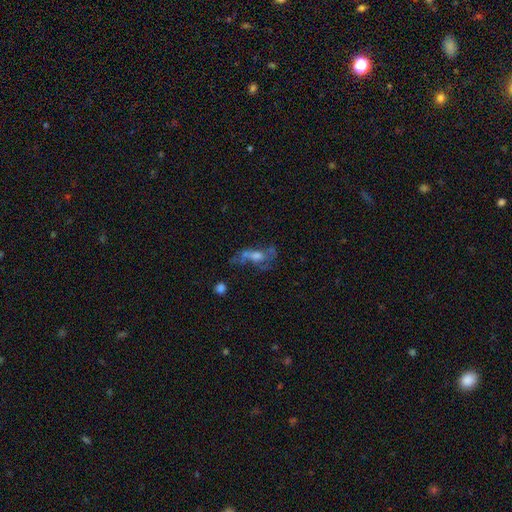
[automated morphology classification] type=featured or disk (58%); edge-on=no (88%); bar=no (71%); spiral arms=no (52%); bulge=moderate (45%); merging=none (37%).